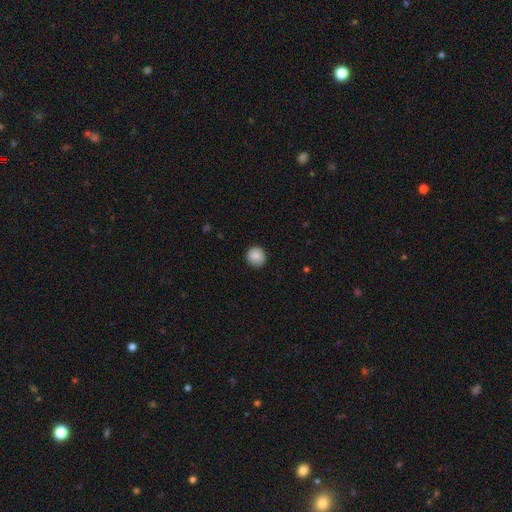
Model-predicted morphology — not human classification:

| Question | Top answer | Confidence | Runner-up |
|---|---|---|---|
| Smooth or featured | smooth | 84% | star or artifact (8%) |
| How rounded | round | 92% | in between (7%) |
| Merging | none | 88% | minor disturbance (9%) |